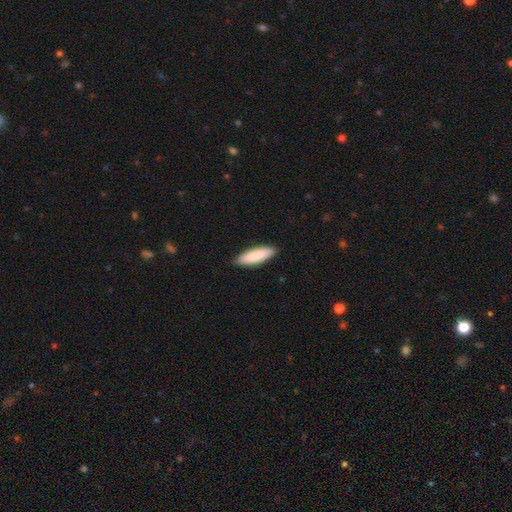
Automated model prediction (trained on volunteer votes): Overall: smooth (87%). How rounded: cigar-shaped (53%; in between 46%). Merging: none (85%).